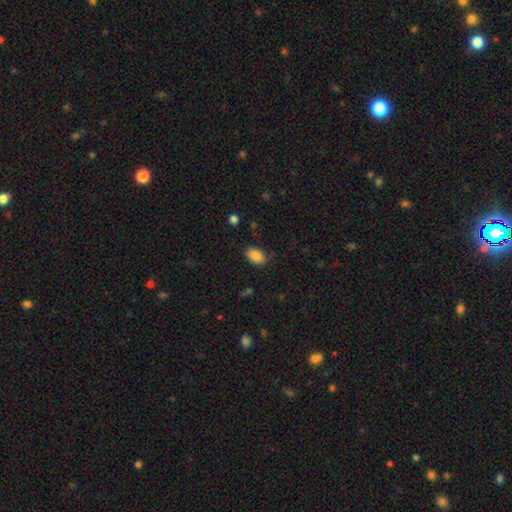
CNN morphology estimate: Smooth or featured?
  - smooth: 86% *
  - star or artifact: 8%
  - featured or disk: 6%
How rounded?
  - in between: 87% *
  - round: 12%
  - cigar-shaped: 1%
Merging?
  - none: 81% *
  - minor disturbance: 14%
  - major disturbance: 3%
  - merger: 1%